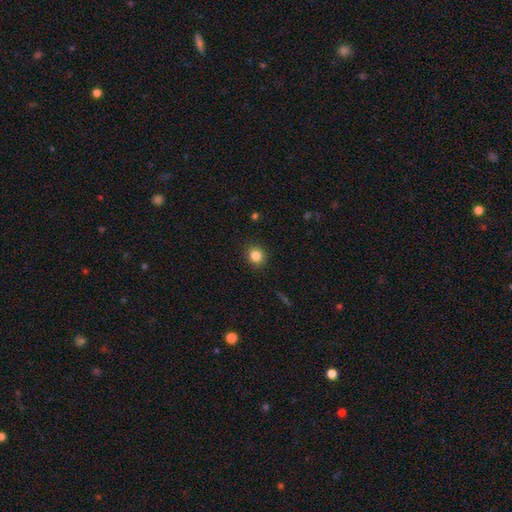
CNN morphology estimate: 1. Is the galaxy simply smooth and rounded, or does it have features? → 85% smooth, 11% star or artifact, 5% featured or disk.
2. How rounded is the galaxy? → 84% round, 15% in between, 1% cigar-shaped.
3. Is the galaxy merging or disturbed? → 90% none, 7% minor disturbance, 2% major disturbance, 1% merger.